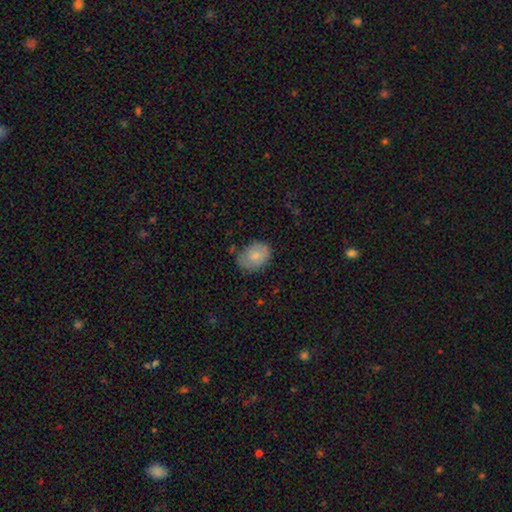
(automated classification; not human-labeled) smooth_or_featured: smooth (p=0.73) [alt: featured or disk p=0.19]
how_rounded: in between (p=0.76) [alt: round p=0.23]
merging: none (p=0.67) [alt: minor disturbance p=0.25]